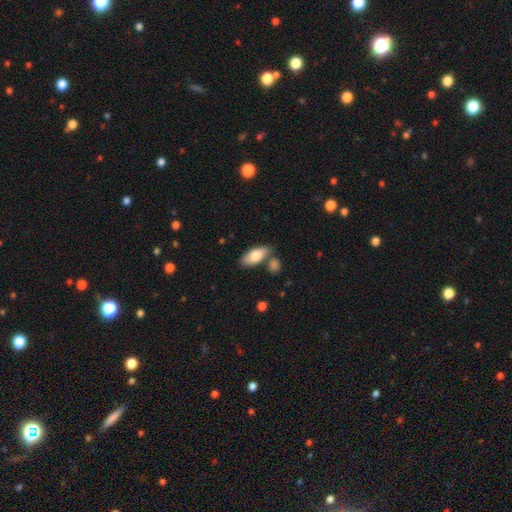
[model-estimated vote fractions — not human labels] This appears to be a smooth galaxy with no disk features (77%) that is in between round and cigar-shaped (87%). Merging: none (69%).